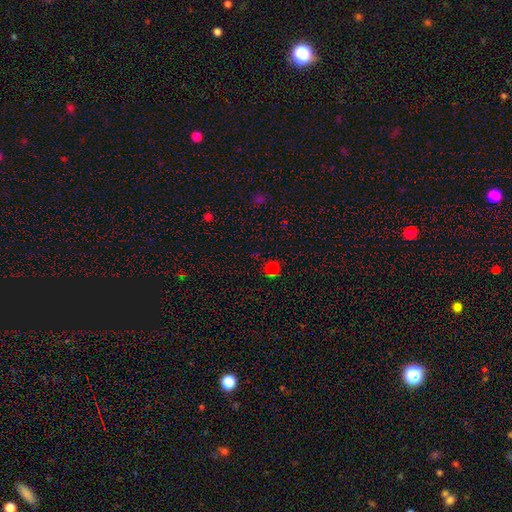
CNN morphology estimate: The model was most divided on "smooth or featured": smooth: 65%, star or artifact: 30%, featured or disk: 5%. More confident: how rounded — round (92%); merging — none (82%).